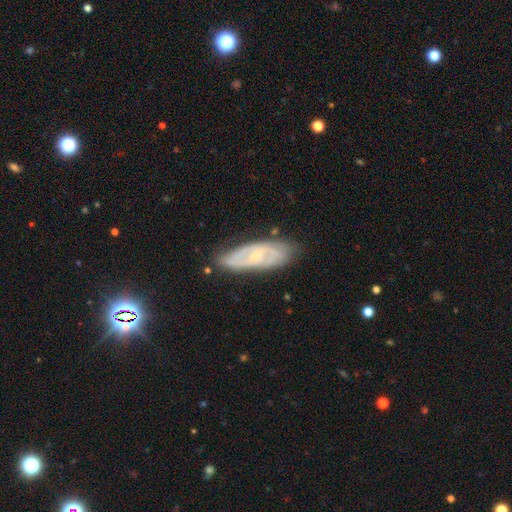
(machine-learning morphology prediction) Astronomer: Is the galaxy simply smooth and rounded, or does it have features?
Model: featured or disk — 73%.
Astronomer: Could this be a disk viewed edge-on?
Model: no — 86%.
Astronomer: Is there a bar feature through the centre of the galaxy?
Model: no — 60%.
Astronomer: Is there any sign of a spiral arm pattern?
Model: yes — 85%.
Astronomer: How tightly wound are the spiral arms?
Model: tight — 53% (runner-up: medium, 36%).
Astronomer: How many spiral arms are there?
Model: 2 — 43% (runner-up: can't tell, 39%).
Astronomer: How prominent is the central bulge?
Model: small — 71%.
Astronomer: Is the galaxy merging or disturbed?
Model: none — 76%.